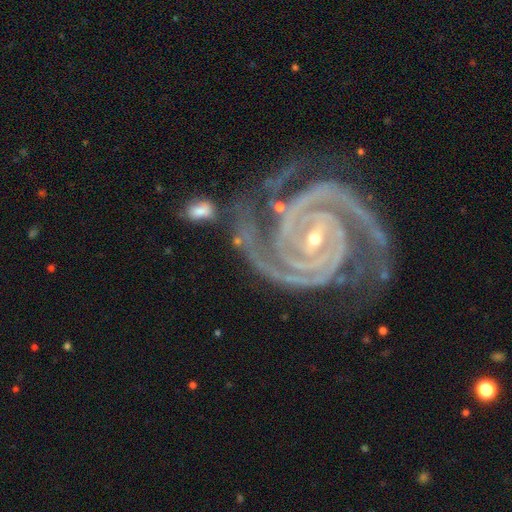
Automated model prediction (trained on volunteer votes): The model was most divided on "bar": no: 38%, weak: 33%, strong: 29%. More confident: spiral arms — yes (99%); edge-on disk — no (98%); smooth or featured — featured or disk (94%); bulge size — small (79%); spiral winding — tight (75%); spiral arm count — 2 (72%); merging — none (63%).